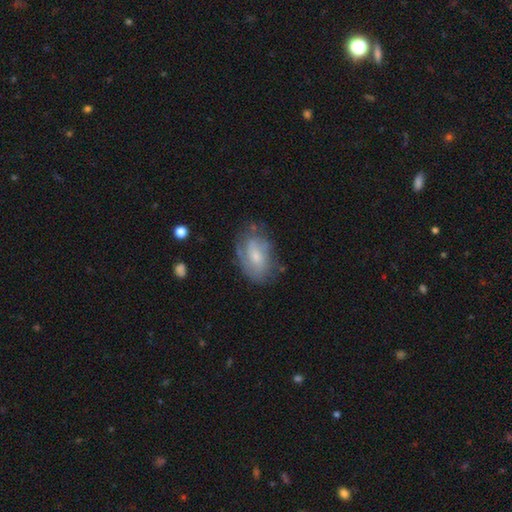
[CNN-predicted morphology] smooth_or_featured: featured or disk (p=0.55) [alt: smooth p=0.37]
disk_edge_on: no (p=0.95) [alt: yes p=0.05]
bar: no (p=0.57) [alt: weak p=0.37]
has_spiral_arms: yes (p=0.74) [alt: no p=0.26]
bulge_size: small (p=0.52) [alt: moderate p=0.36]
merging: none (p=0.62) [alt: minor disturbance p=0.25]